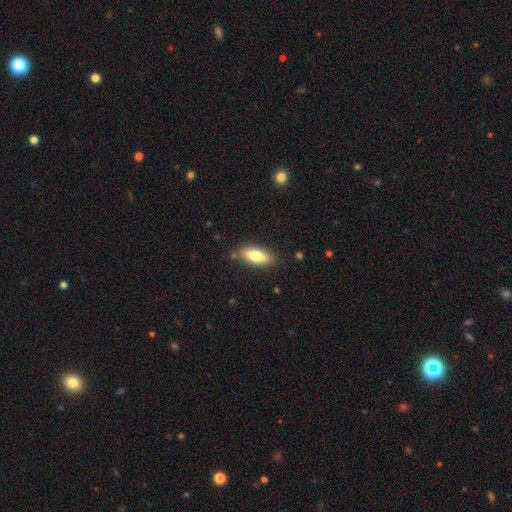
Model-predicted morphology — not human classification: type=smooth (76%); roundness=in between (74%); merging=none (84%).